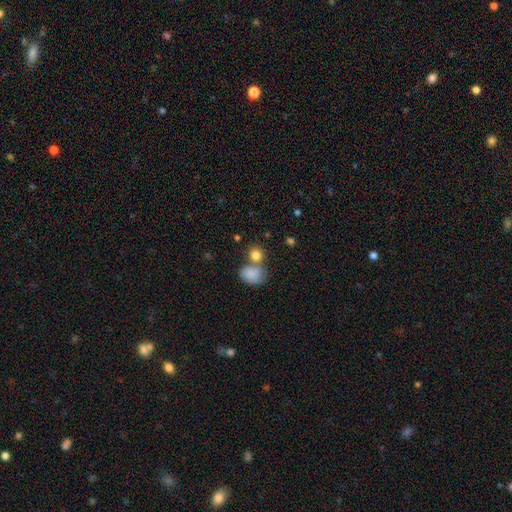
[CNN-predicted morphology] A smooth galaxy with no disk features (84%) that is round (66%). Merging: none (50%).